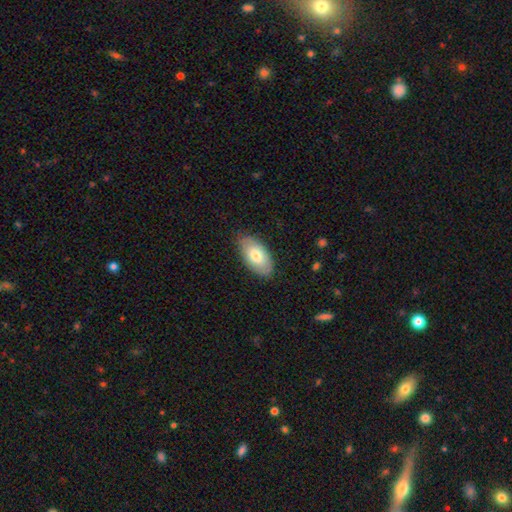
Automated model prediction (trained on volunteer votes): Morphology: type=smooth (73%); roundness=in between (94%); merging=none (80%).